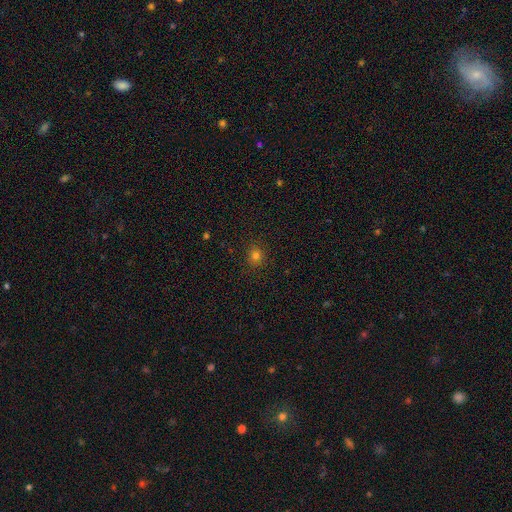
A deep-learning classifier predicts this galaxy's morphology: This is likely a smooth galaxy (79%). How rounded: clearly round (82%). Merging: clearly none (90%).